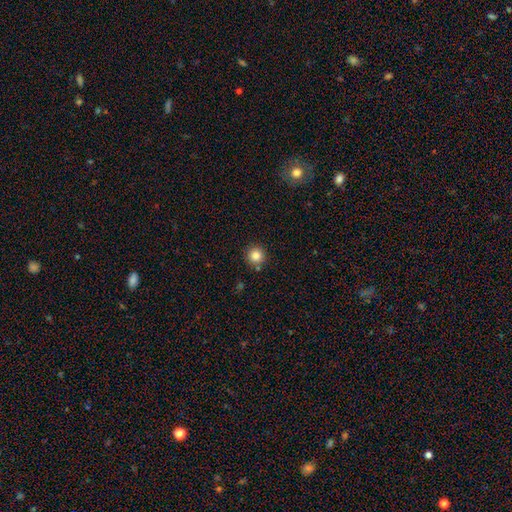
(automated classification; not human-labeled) The model was most divided on "smooth or featured": smooth: 84%, star or artifact: 11%, featured or disk: 5%. More confident: how rounded — round (95%); merging — none (87%).